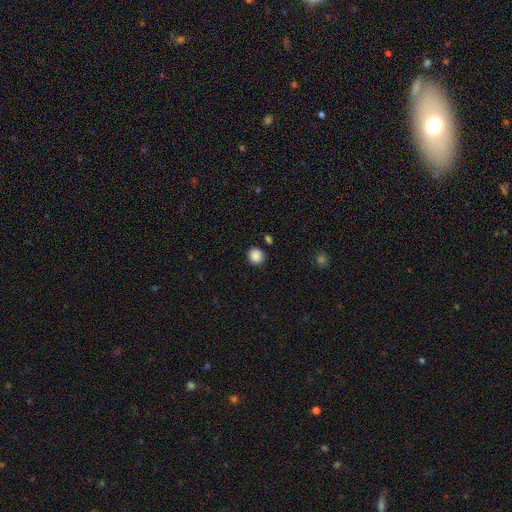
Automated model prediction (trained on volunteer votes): Morphology: type=smooth (88%); roundness=round (90%); merging=none (88%).